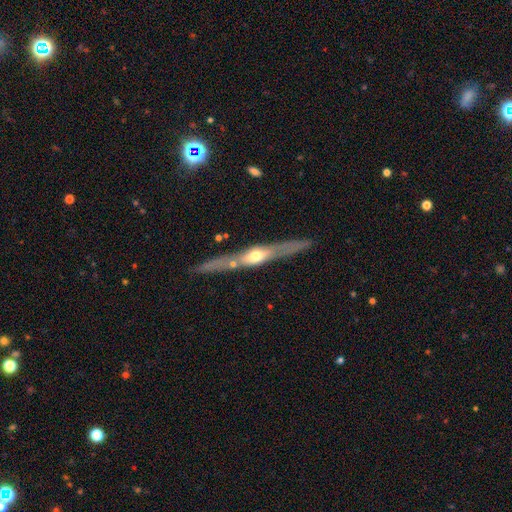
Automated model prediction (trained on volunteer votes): Smooth or featured? Predicted: featured or disk (p=0.74). Edge-on disk? Predicted: yes (p=0.93). Edge-on bulge? Predicted: rounded (p=0.90). Merging? Predicted: none (p=0.78).